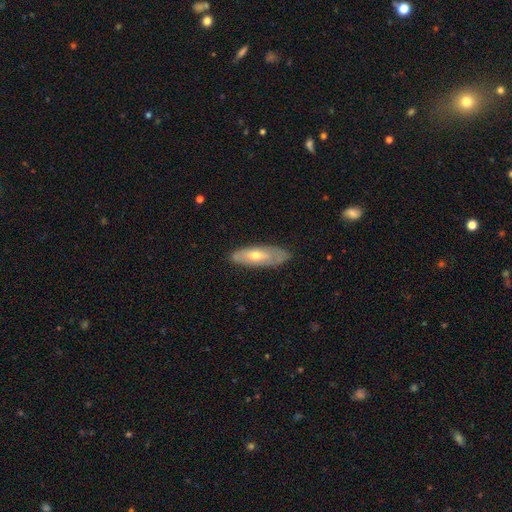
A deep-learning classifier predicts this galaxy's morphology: smooth-or-featured: featured or disk: 51% | smooth: 43% | star or artifact: 6%
  disk-edge-on: no: 67% | yes: 33%
  merging: none: 77% | minor disturbance: 18% | major disturbance: 4% | merger: 1%